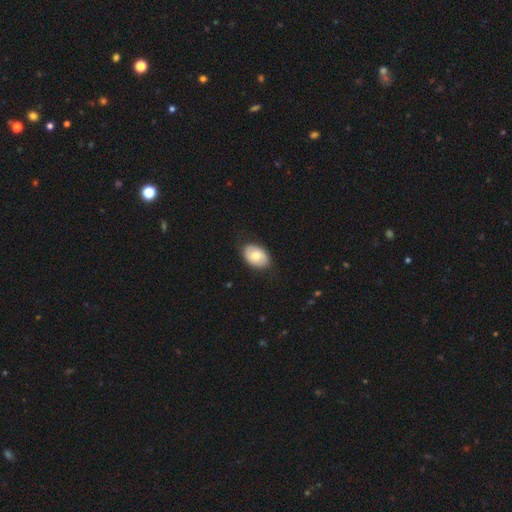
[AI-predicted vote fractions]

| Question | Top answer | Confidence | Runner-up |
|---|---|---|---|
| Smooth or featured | smooth | 67% | featured or disk (27%) |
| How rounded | in between | 86% | round (13%) |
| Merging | none | 82% | minor disturbance (14%) |